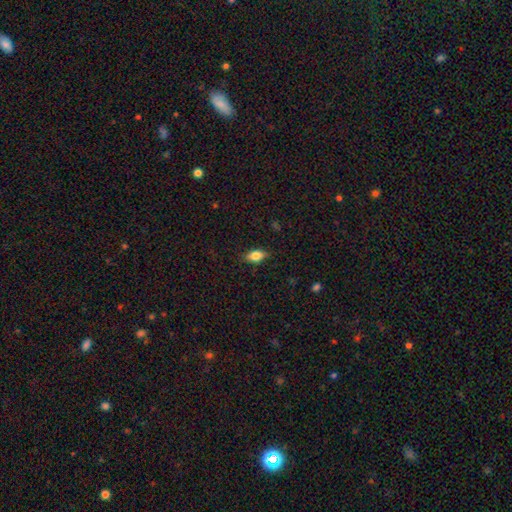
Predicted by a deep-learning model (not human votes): This is likely a smooth galaxy (79%). How rounded: clearly in between (84%). Merging: clearly none (83%).